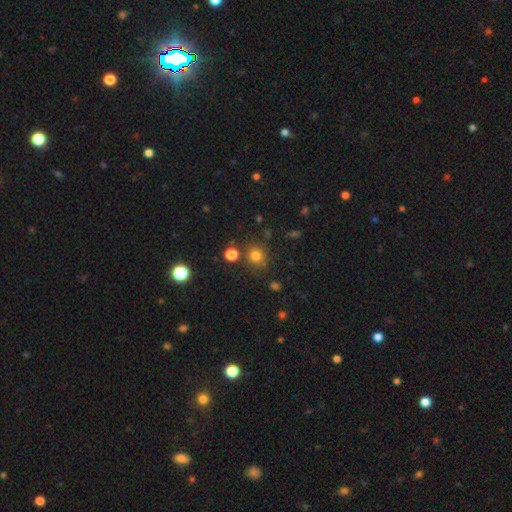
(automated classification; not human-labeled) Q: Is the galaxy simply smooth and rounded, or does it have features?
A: smooth — 77%.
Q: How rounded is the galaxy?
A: round — 87%.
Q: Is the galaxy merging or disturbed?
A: none — 79%.